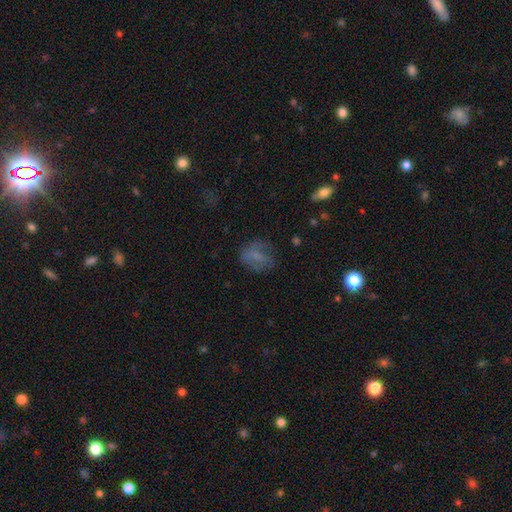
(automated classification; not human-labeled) Smooth or featured?
  - smooth: 61% *
  - featured or disk: 26%
  - star or artifact: 13%
How rounded?
  - round: 49% *
  - in between: 48%
  - cigar-shaped: 2%
Merging?
  - none: 58% *
  - minor disturbance: 24%
  - major disturbance: 17%
  - merger: 2%